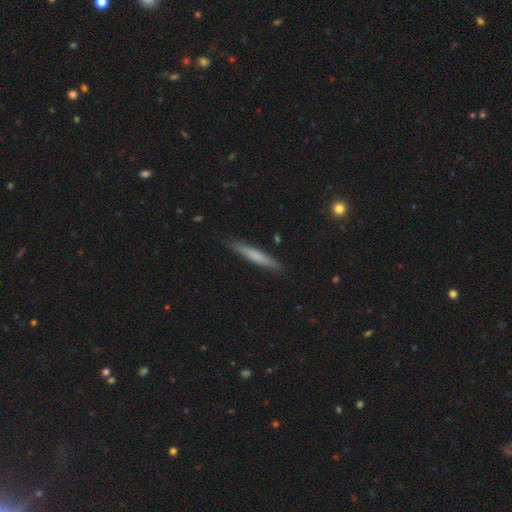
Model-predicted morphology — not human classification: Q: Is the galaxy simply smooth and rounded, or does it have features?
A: smooth — 67%.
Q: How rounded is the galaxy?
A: cigar-shaped — 95%.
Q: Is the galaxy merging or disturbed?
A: none — 89%.